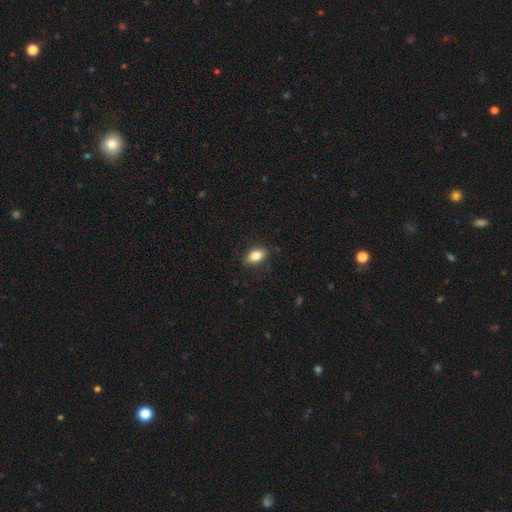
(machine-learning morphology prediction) smooth 81%, featured or disk 11%, star or artifact 8%. Down the decision tree: how rounded — in between (86%); merging — none (83%).